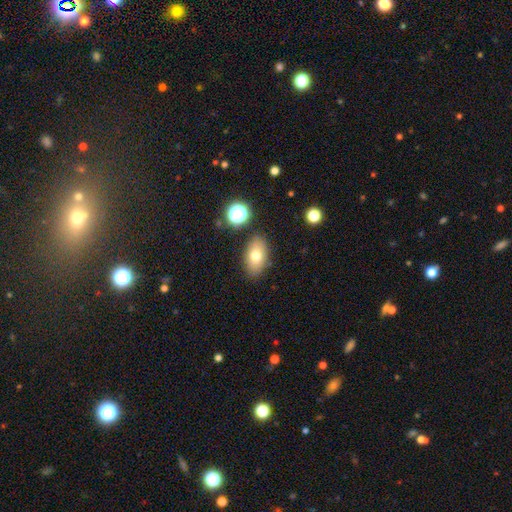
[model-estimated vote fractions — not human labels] Morphology: type=smooth (74%); roundness=in between (88%); merging=none (83%).